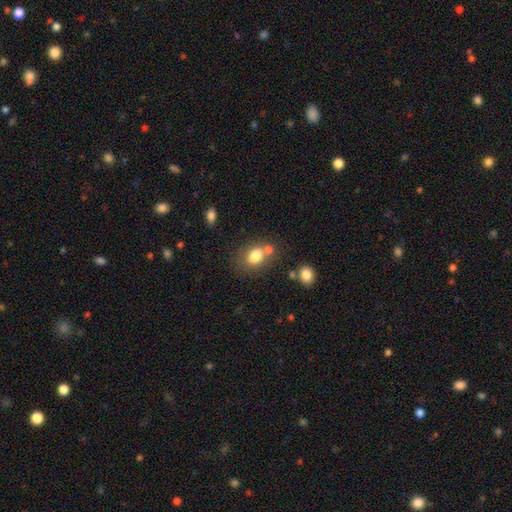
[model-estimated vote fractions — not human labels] This appears to be a smooth galaxy with no disk features (79%) that is in between round and cigar-shaped (57%). Merging: none (52%).